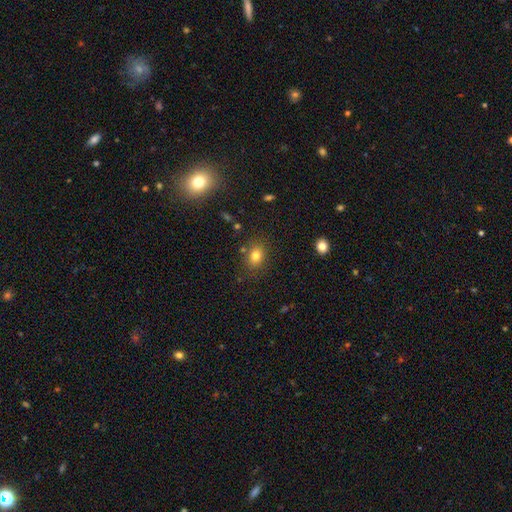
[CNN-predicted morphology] The model was most divided on "how rounded": in between: 58%, round: 41%, cigar-shaped: 1%. More confident: merging — none (81%); smooth or featured — smooth (79%).